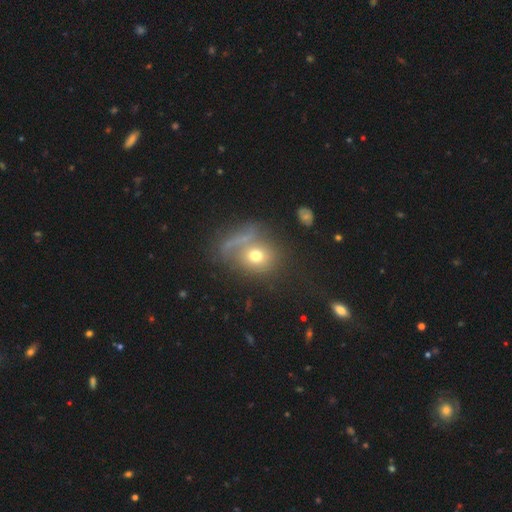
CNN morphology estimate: This is likely a smooth galaxy (64%). How rounded: likely round (66%). Merging: marginally none (36%).